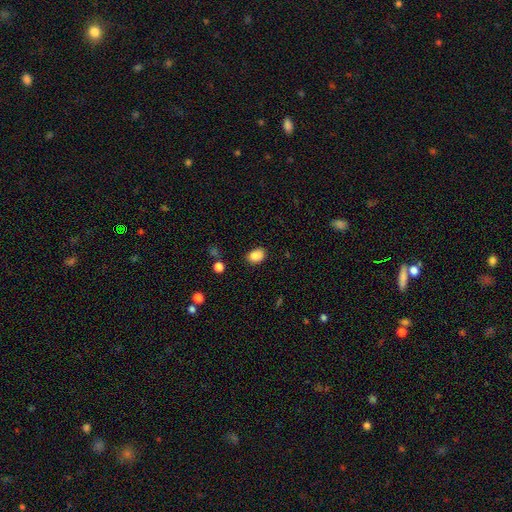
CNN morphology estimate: Q: Smooth or featured?
A: smooth (85%); runner-up: star or artifact (10%)
Q: How rounded?
A: in between (75%); runner-up: round (23%)
Q: Merging?
A: none (76%); runner-up: minor disturbance (18%)